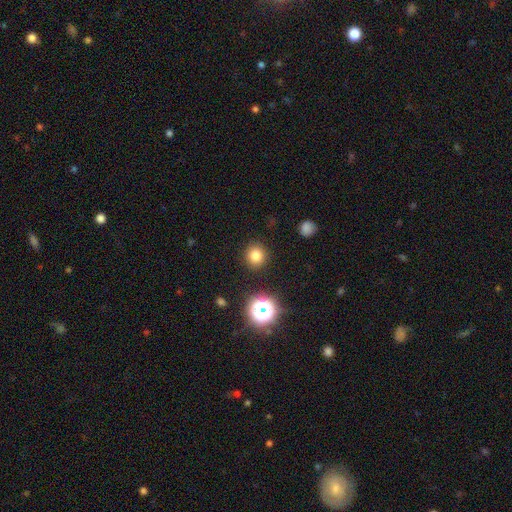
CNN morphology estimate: Overall: smooth (80%). How rounded: round (92%). Merging: none (90%).